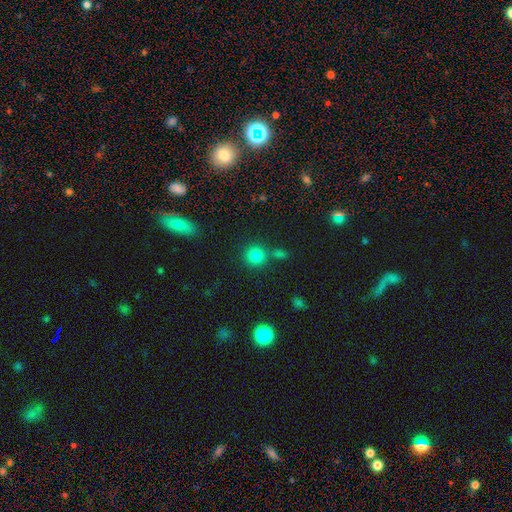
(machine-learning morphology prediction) The model was most divided on "merging": none: 71%, merger: 16%, minor disturbance: 9%, major disturbance: 4%. More confident: how rounded — round (91%); smooth or featured — smooth (81%).